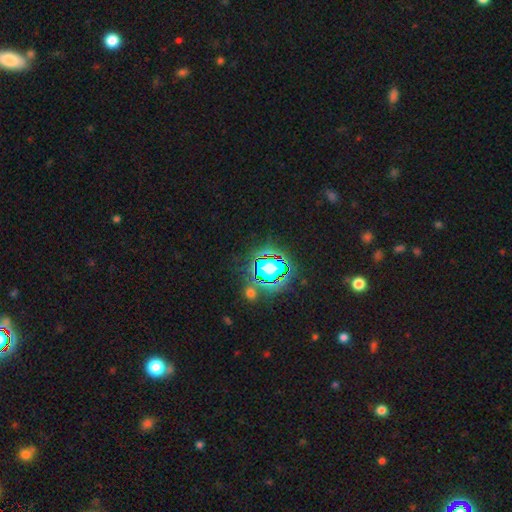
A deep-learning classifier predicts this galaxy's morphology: The model was most divided on "smooth or featured": star or artifact: 82%, smooth: 11%, featured or disk: 7%.